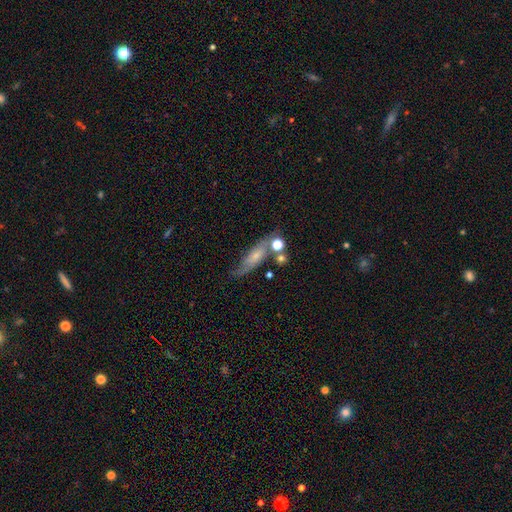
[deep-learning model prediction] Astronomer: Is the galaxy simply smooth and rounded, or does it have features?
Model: featured or disk — 48% (runner-up: smooth, 42%).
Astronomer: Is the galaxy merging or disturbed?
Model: none — 50%.